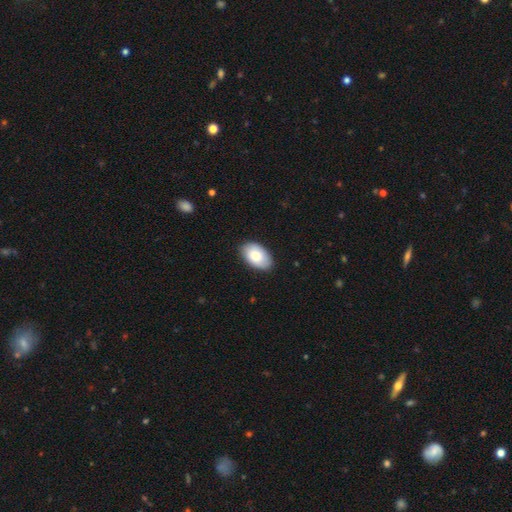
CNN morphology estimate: type=smooth (77%); roundness=in between (92%); merging=none (86%).